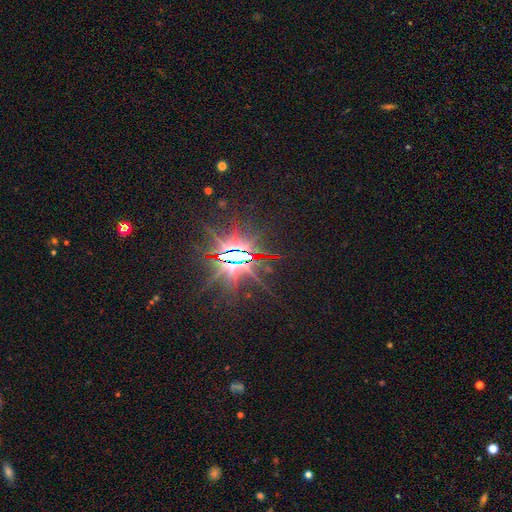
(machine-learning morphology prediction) This appears to be a star or artifact, not a galaxy (82%).